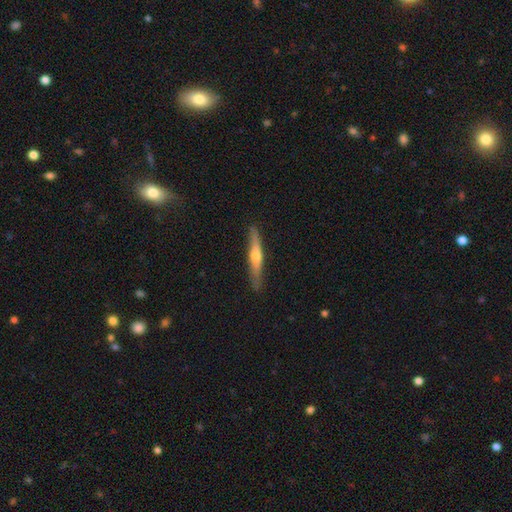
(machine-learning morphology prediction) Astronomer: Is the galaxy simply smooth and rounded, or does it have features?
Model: featured or disk — 58% (runner-up: smooth, 37%).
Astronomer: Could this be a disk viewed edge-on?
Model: yes — 95%.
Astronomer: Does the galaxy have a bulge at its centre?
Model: rounded — 85%.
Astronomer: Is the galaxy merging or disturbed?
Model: none — 87%.